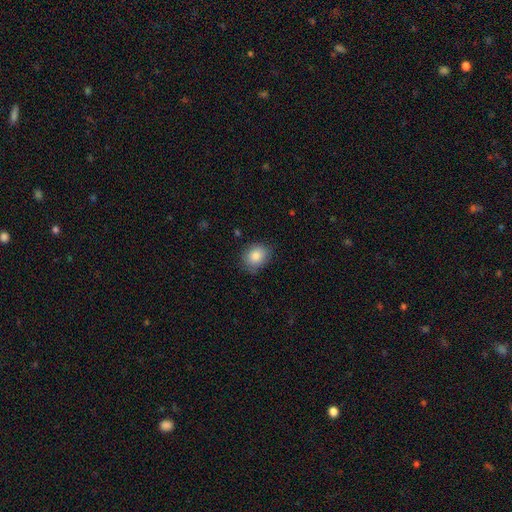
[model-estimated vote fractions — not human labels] smooth_or_featured: smooth (p=0.84) [alt: star or artifact p=0.08]
how_rounded: round (p=0.56) [alt: in between p=0.43]
merging: none (p=0.77) [alt: minor disturbance p=0.18]